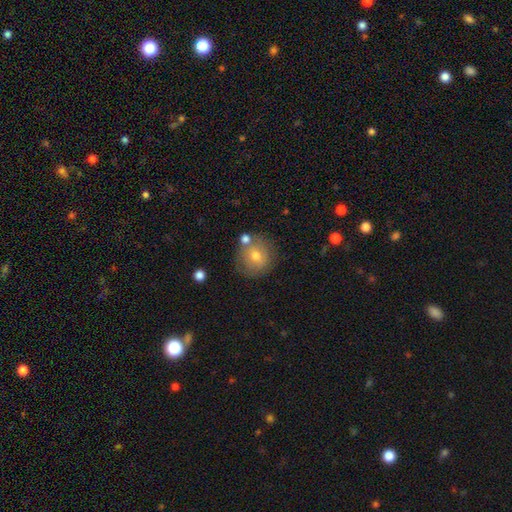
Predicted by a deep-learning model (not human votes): A smooth galaxy with no disk features (68%) that is round (88%). Merging: none (66%).